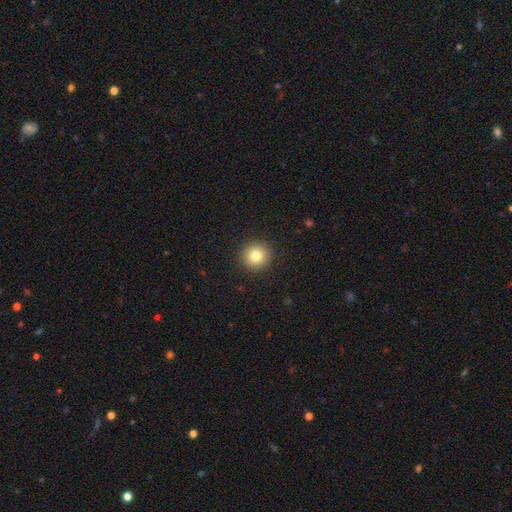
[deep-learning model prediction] Smooth or featured?
  - smooth: 82% *
  - star or artifact: 11%
  - featured or disk: 8%
How rounded?
  - round: 94% *
  - in between: 6%
  - cigar-shaped: 1%
Merging?
  - none: 92% *
  - minor disturbance: 5%
  - major disturbance: 2%
  - merger: 1%